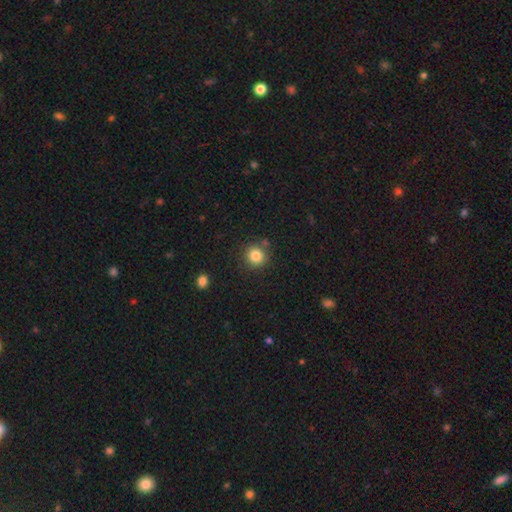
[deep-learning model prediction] smooth-or-featured: smooth: 83% | star or artifact: 11% | featured or disk: 6%
  how-rounded: round: 92% | in between: 7% | cigar-shaped: 1%
  merging: none: 83% | minor disturbance: 9% | merger: 5% | major disturbance: 3%